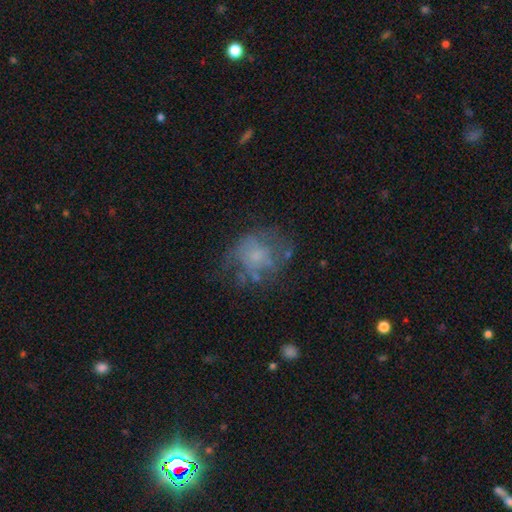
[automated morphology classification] A featured or disk galaxy (43%).

Vote fractions:
- Smooth or featured? featured or disk: 43% / smooth: 42% / star or artifact: 15%
- Merging? none: 52% / minor disturbance: 23% / major disturbance: 22% / merger: 4%